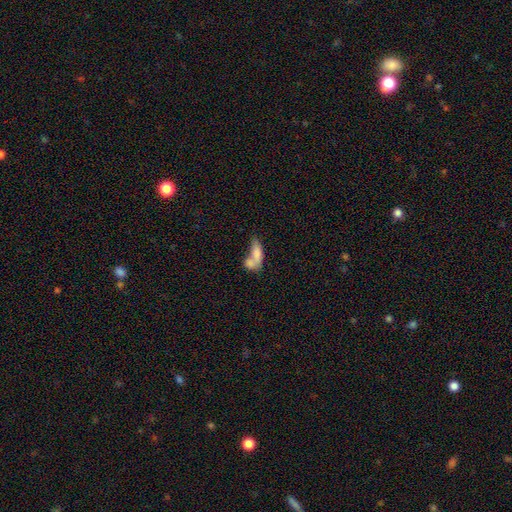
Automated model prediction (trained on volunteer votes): A smooth galaxy with no disk features (75%) that is in between round and cigar-shaped (76%).

Vote fractions:
- Smooth or featured? smooth: 75% / featured or disk: 17% / star or artifact: 8%
- How rounded? in between: 76% / cigar-shaped: 18% / round: 6%
- Merging? merger: 64% / none: 20% / minor disturbance: 9% / major disturbance: 7%